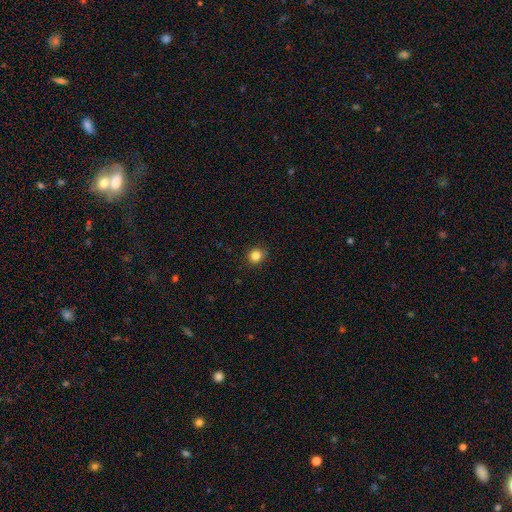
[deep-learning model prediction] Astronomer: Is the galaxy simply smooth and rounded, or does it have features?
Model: smooth — 84%.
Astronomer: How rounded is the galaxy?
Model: round — 87%.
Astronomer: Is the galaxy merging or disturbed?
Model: none — 90%.